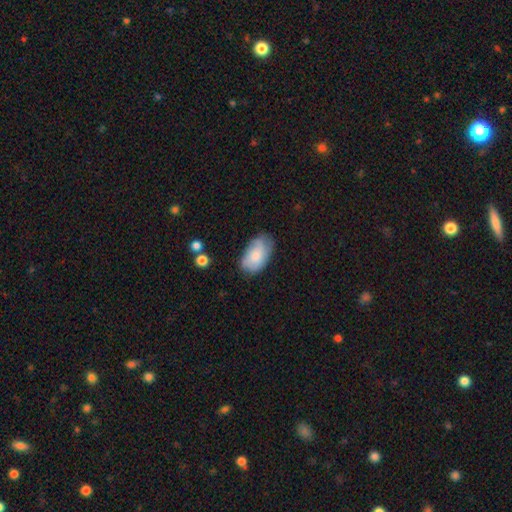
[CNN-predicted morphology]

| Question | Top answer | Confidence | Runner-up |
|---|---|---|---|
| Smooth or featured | smooth | 75% | featured or disk (19%) |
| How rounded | in between | 94% | round (5%) |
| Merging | none | 62% | minor disturbance (29%) |